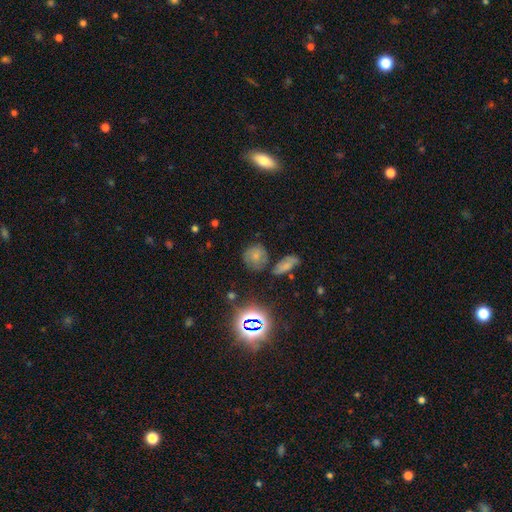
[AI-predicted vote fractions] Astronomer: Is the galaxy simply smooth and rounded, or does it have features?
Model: smooth — 58%.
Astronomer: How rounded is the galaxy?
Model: round — 81%.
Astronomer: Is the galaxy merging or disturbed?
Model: none — 66%.